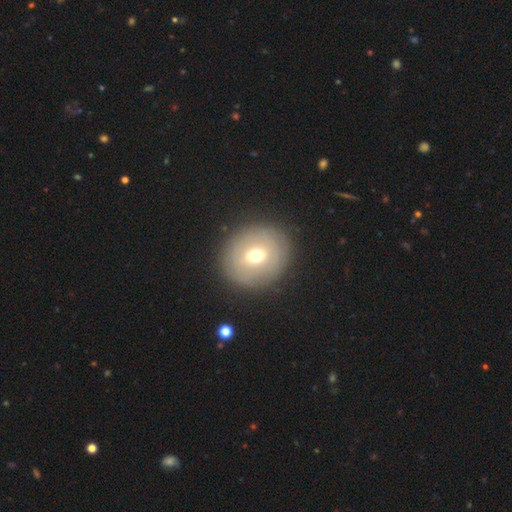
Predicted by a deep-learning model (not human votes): Smooth or featured? Predicted: smooth (p=0.54). How rounded? Predicted: round (p=0.76). Merging? Predicted: none (p=0.84).